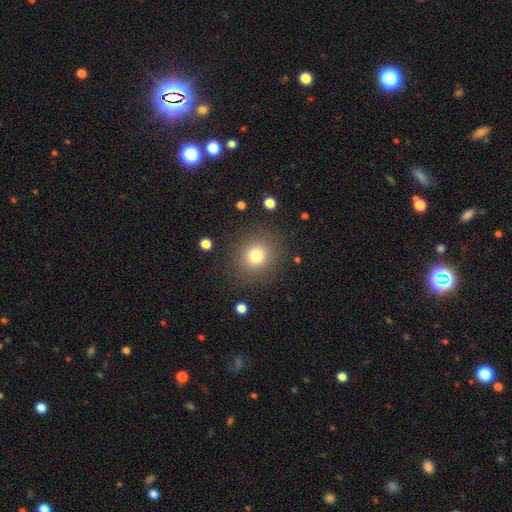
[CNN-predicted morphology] type=smooth (78%); roundness=round (89%); merging=none (87%).